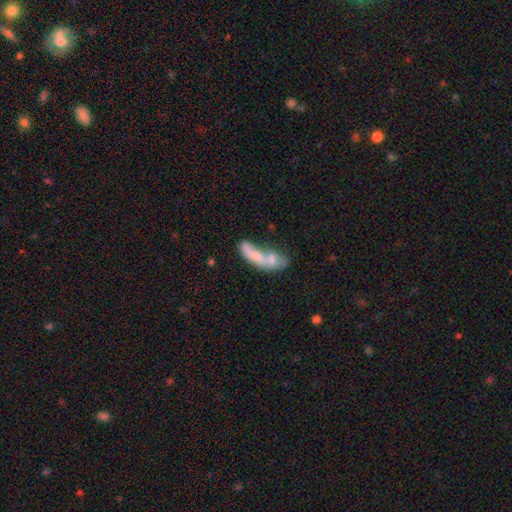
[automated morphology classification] smooth-or-featured: smooth: 63% | featured or disk: 28% | star or artifact: 8%
  how-rounded: in between: 49% | cigar-shaped: 46% | round: 5%
  merging: merger: 56% | none: 18% | major disturbance: 15% | minor disturbance: 11%